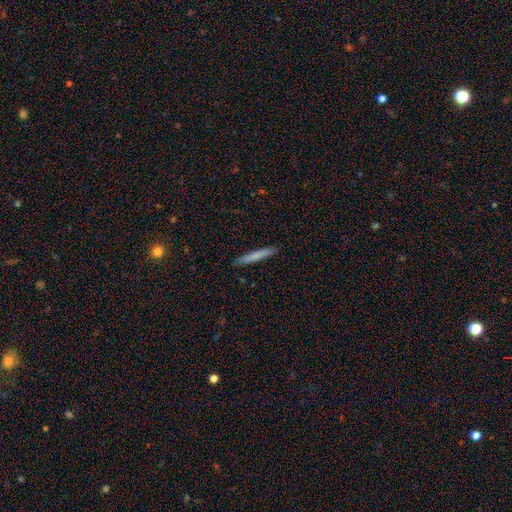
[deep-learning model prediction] Overall: smooth (74%). How rounded: cigar-shaped (95%). Merging: none (90%).